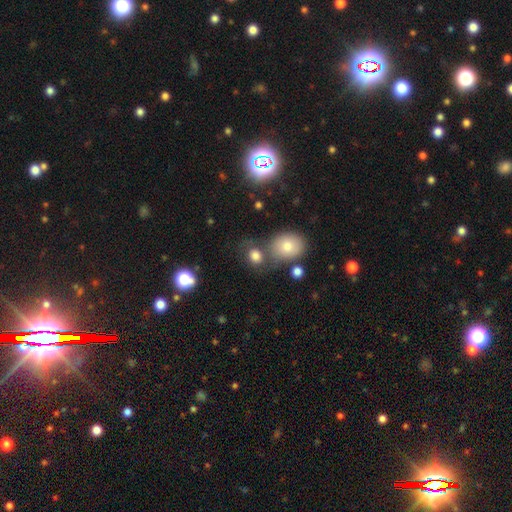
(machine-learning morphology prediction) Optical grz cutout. It shows a smooth galaxy with no disk features (79%) that is round (58%). Merging: none (56%).